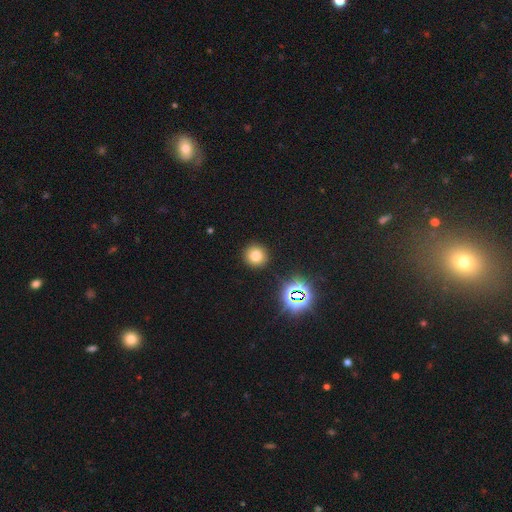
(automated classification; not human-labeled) Smooth or featured: smooth — 72% (star or artifact — 20%)
How rounded: round — 93% (in between — 6%)
Merging: none — 91% (minor disturbance — 6%)